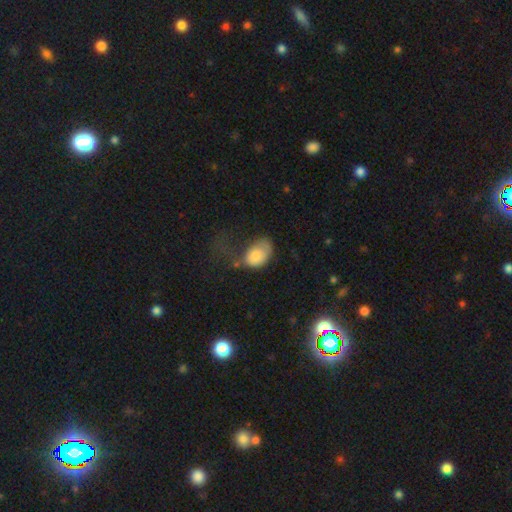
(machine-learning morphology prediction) Smooth or featured? Predicted: smooth (p=0.79). How rounded? Predicted: in between (p=0.83). Merging? Predicted: major disturbance (p=0.50).